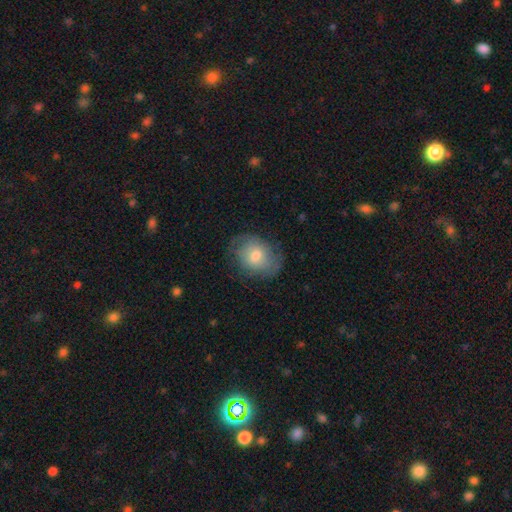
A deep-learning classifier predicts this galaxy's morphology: Smooth or featured? smooth (57%)
How rounded? in between (57%)
Merging? none (68%)